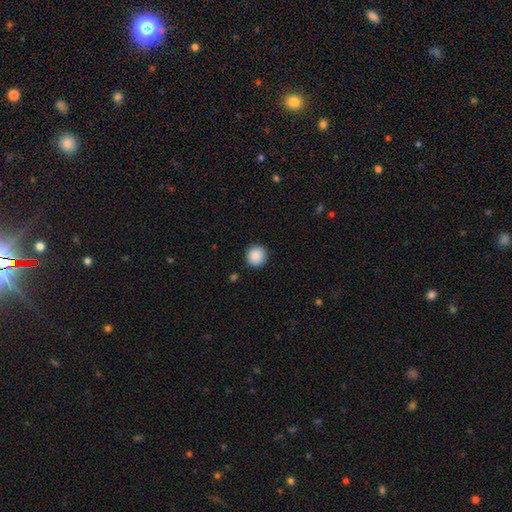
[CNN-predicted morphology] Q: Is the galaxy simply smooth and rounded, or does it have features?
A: smooth — 89%.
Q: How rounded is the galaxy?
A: round — 94%.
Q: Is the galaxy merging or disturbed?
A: none — 91%.